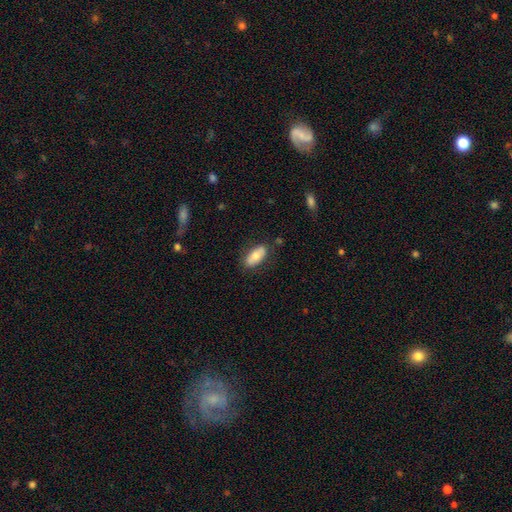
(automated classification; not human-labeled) smooth 72%, featured or disk 22%, star or artifact 7%. Down the decision tree: how rounded — in between (88%); merging — none (82%).